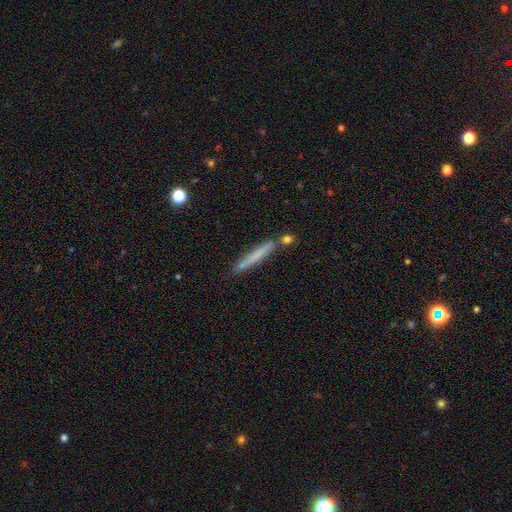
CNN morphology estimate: smooth 66%, featured or disk 27%, star or artifact 7%. Down the decision tree: how rounded — cigar-shaped (96%); merging — none (80%).